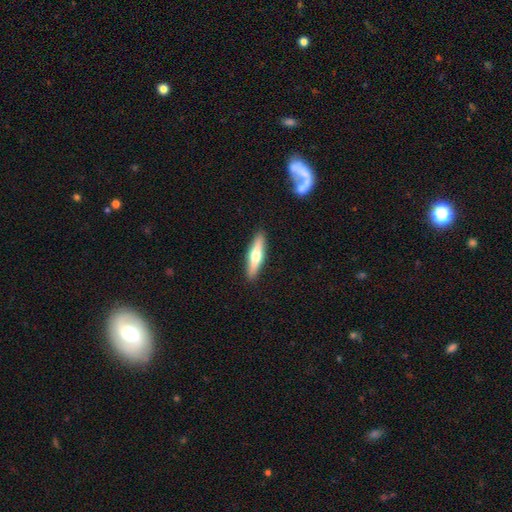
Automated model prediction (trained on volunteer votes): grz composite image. It shows a smooth galaxy with no disk features (50%) that is cigar-shaped (78%). Merging: none (90%).